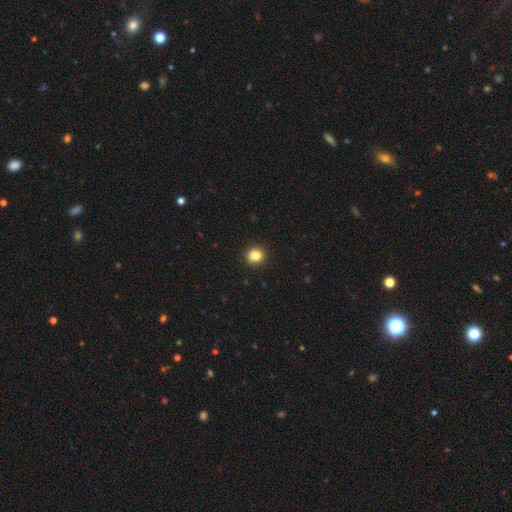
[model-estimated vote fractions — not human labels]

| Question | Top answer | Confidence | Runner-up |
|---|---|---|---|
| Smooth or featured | smooth | 84% | star or artifact (11%) |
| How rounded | round | 87% | in between (12%) |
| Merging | none | 91% | minor disturbance (7%) |